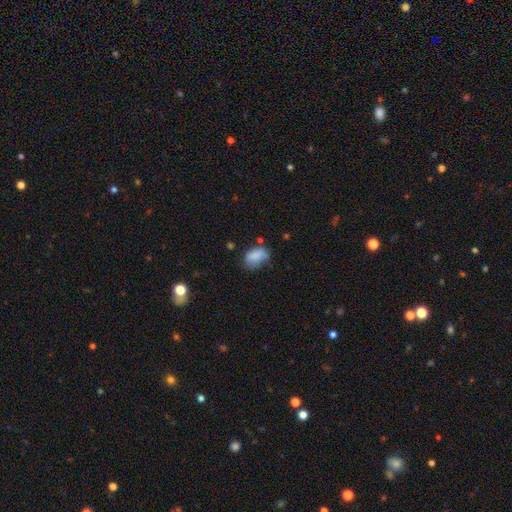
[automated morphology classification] smooth 80%, featured or disk 10%, star or artifact 10%. Down the decision tree: how rounded — in between (86%); merging — none (42%).